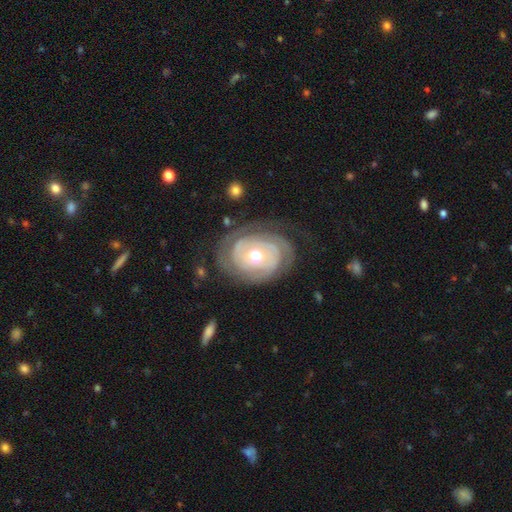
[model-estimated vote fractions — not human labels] A featured or disk galaxy (81%) with no bar (79%), 2 (37%) tight (76%) spiral arms (85%) and a moderate central bulge (73%). Merging: none (69%).